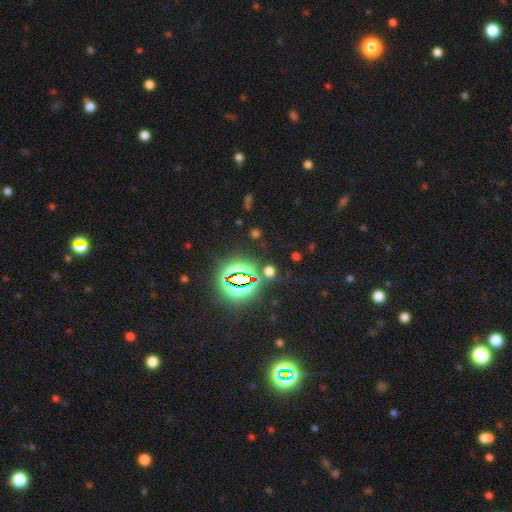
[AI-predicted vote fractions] Smooth or featured? star or artifact (85%)